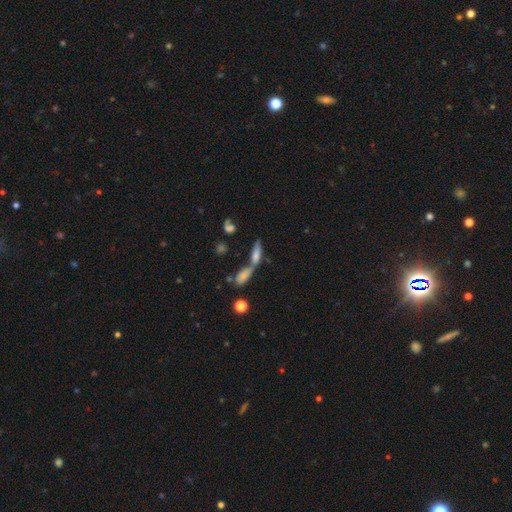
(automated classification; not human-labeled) smooth-or-featured: smooth: 55% | featured or disk: 30% | star or artifact: 15%
  how-rounded: cigar-shaped: 51% | in between: 44% | round: 5%
  merging: merger: 54% | none: 32% | minor disturbance: 9% | major disturbance: 6%